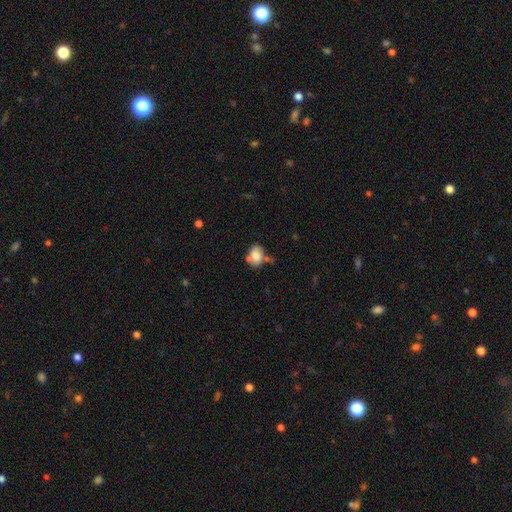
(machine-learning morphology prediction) This appears to be a smooth galaxy with no disk features (76%) that is in between round and cigar-shaped (67%). Merging: none (48%).